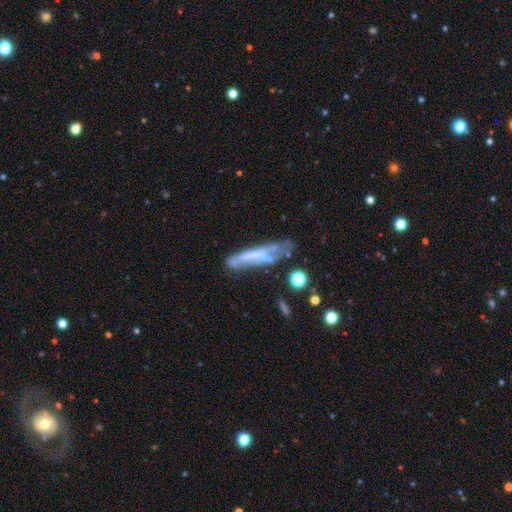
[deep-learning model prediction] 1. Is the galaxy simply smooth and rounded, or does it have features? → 50% featured or disk, 40% smooth, 10% star or artifact.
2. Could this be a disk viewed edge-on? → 52% yes, 48% no.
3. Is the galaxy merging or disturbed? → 40% none, 29% minor disturbance, 22% major disturbance, 10% merger.